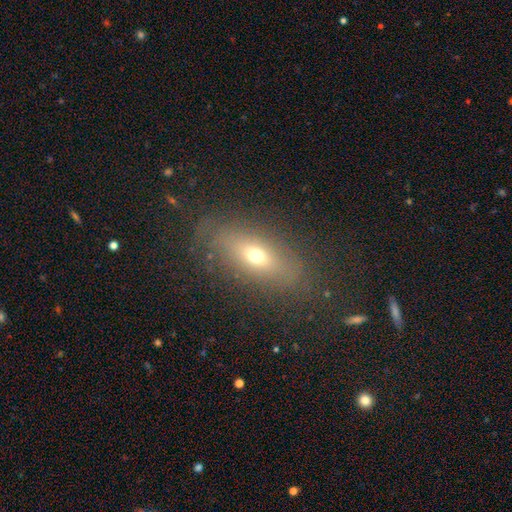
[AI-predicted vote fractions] Smooth or featured? smooth (59%)
How rounded? in between (69%)
Merging? none (80%)